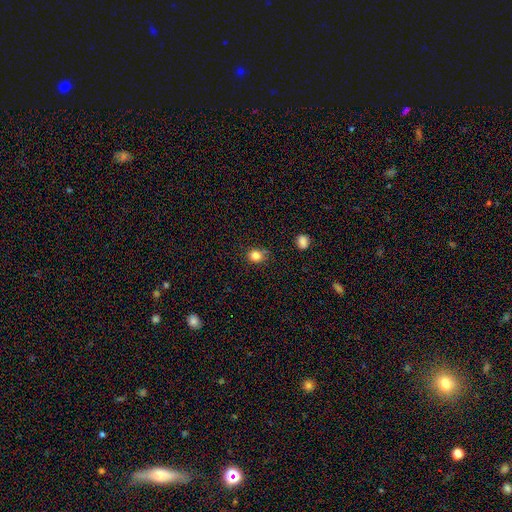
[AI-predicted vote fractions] A smooth galaxy with no disk features (83%) that is round (74%). Merging: none (73%).